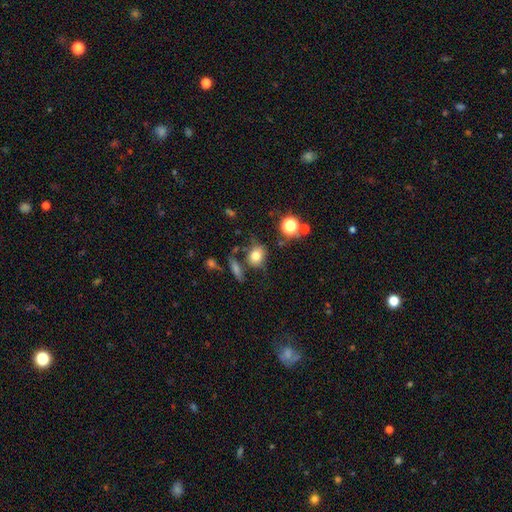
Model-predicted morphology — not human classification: type=smooth (77%); roundness=round (50%); merging=none (65%).